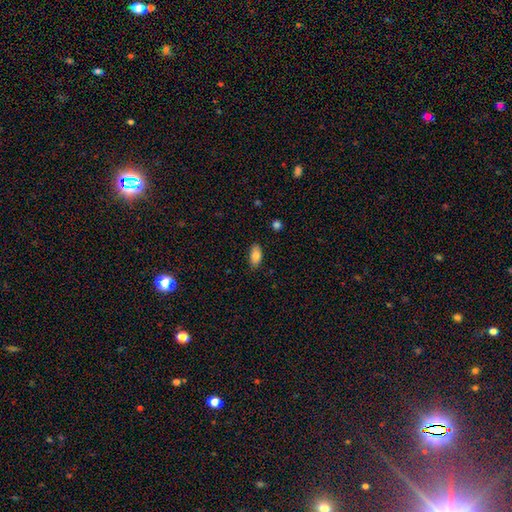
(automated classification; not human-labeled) The model was most divided on "merging": none: 84%, minor disturbance: 13%, major disturbance: 2%, merger: 1%. More confident: how rounded — in between (92%); smooth or featured — smooth (83%).